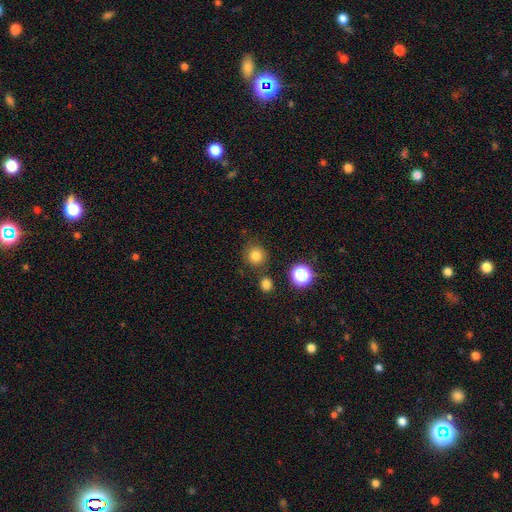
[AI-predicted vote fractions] Smooth or featured?
  - smooth: 80% *
  - star or artifact: 15%
  - featured or disk: 6%
How rounded?
  - round: 92% *
  - in between: 7%
  - cigar-shaped: 1%
Merging?
  - none: 81% *
  - minor disturbance: 9%
  - merger: 7%
  - major disturbance: 3%